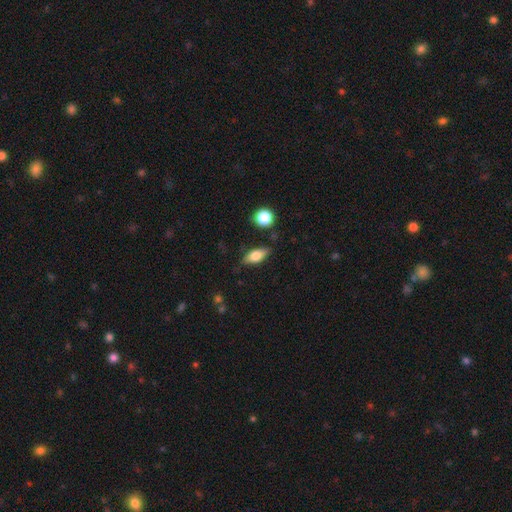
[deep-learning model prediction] This appears to be a smooth galaxy with no disk features (68%) that is in between round and cigar-shaped (77%). Merging: none (76%).